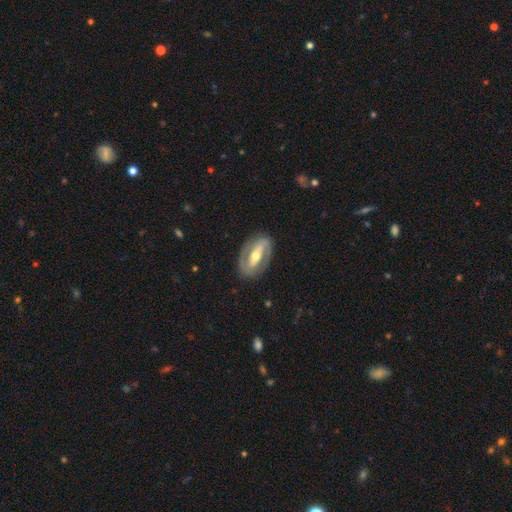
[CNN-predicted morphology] Overall: featured or disk (80%). Edge-on disk: no (91%). Bar: strong (64%). Spiral arms: yes (73%). Spiral arm count: 2 (85%). Spiral winding: medium (41%; tight 40%). Bulge size: moderate (66%; small 27%). Merging: none (84%).